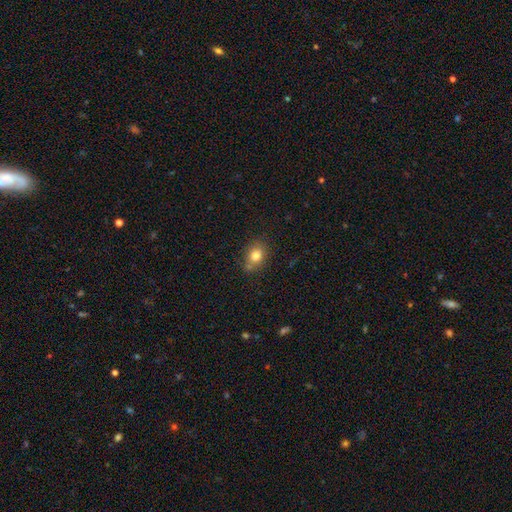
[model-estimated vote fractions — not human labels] This is clearly a smooth galaxy (81%). How rounded: possibly in between (52%). Merging: likely none (67%).